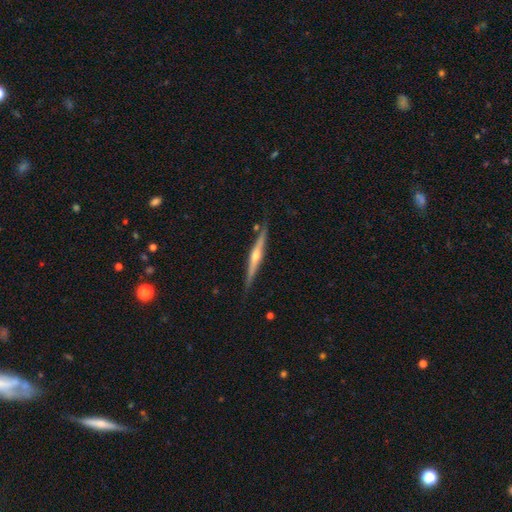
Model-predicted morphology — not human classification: featured or disk 78%, smooth 16%, star or artifact 5%. Down the decision tree: edge-on disk — yes (98%); edge-on bulge — rounded (89%); merging — none (86%).